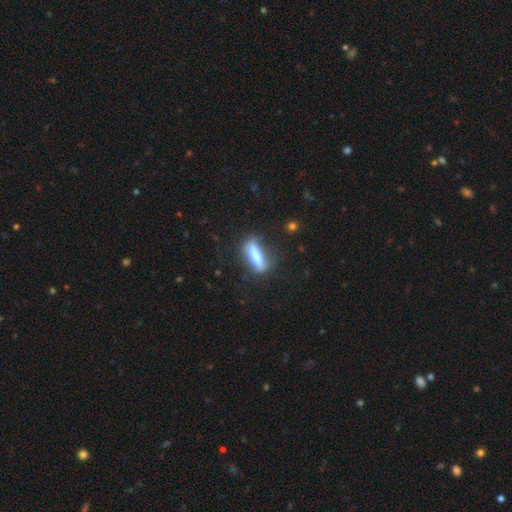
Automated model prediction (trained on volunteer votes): Overall: smooth (63%; featured or disk 30%). How rounded: cigar-shaped (69%; in between 29%). Merging: none (67%).